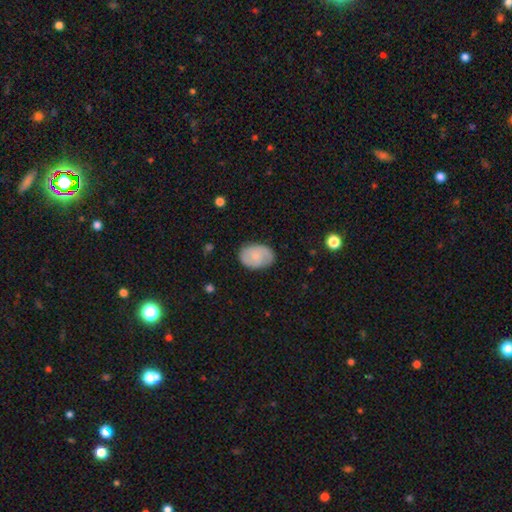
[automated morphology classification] A smooth galaxy with no disk features (55%) that is in between round and cigar-shaped (76%). Merging: none (78%).